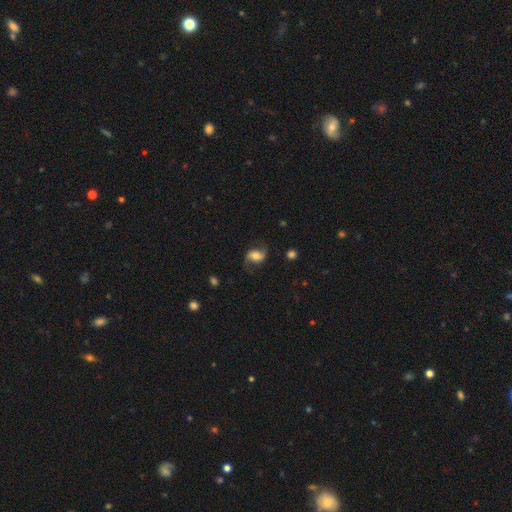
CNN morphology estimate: A featured or disk galaxy (62%) with no bar (44%), 2 (91%) loose (62%) spiral arms (91%) and a moderate central bulge (53%). Merging: none (73%).